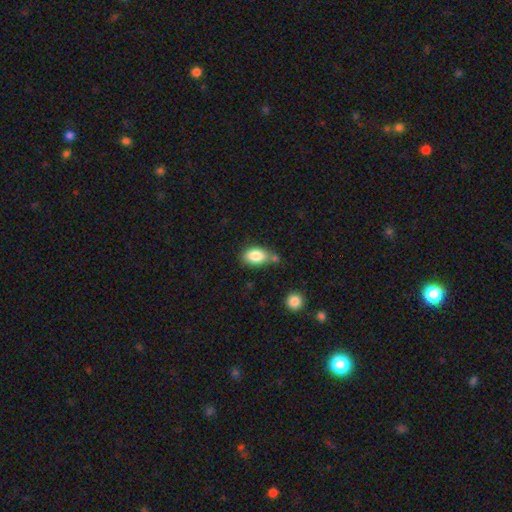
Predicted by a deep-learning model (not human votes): Morphology: type=smooth (85%); roundness=in between (88%); merging=none (57%).